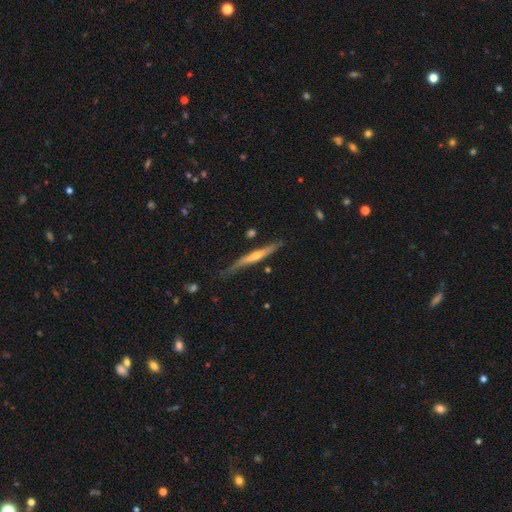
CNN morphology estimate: A featured or disk galaxy (68%) viewed edge-on (96%) with a rounded central bulge (79%). Merging: none (76%).